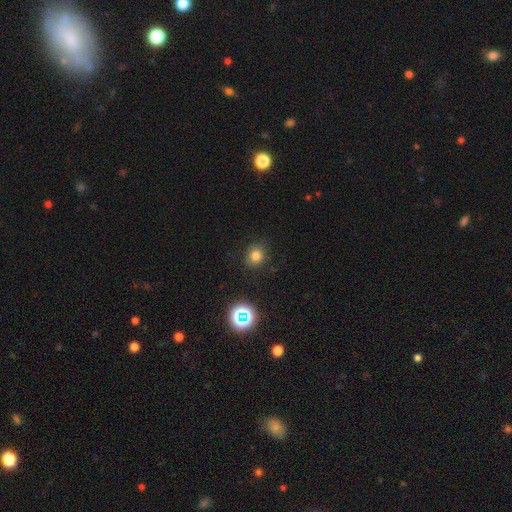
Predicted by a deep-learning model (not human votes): smooth-or-featured: smooth: 76% | star or artifact: 17% | featured or disk: 7%
  how-rounded: round: 77% | in between: 22% | cigar-shaped: 1%
  merging: none: 83% | minor disturbance: 12% | major disturbance: 4% | merger: 2%